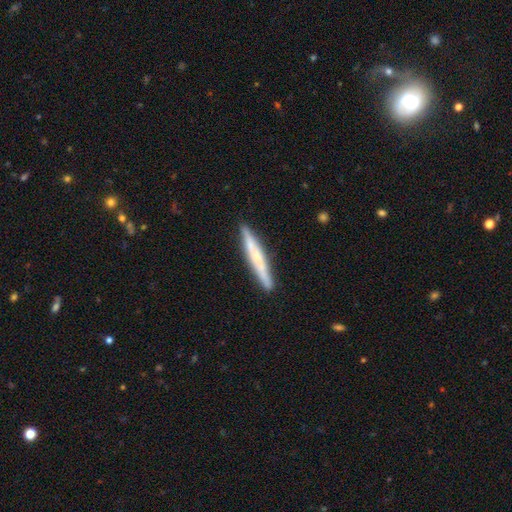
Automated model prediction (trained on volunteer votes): Smooth or featured? featured or disk (50%)
Merging? none (88%)